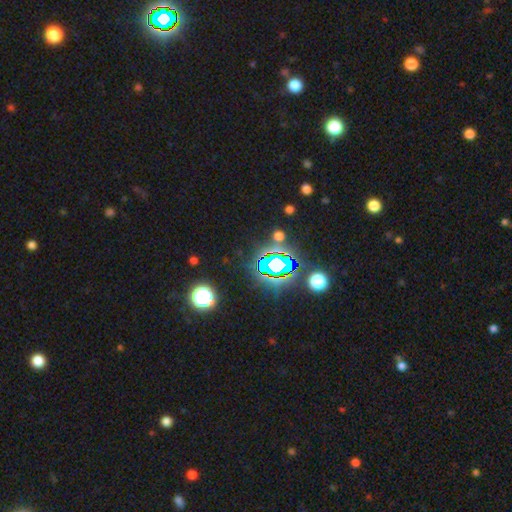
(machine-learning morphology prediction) Overall: star or artifact (82%).